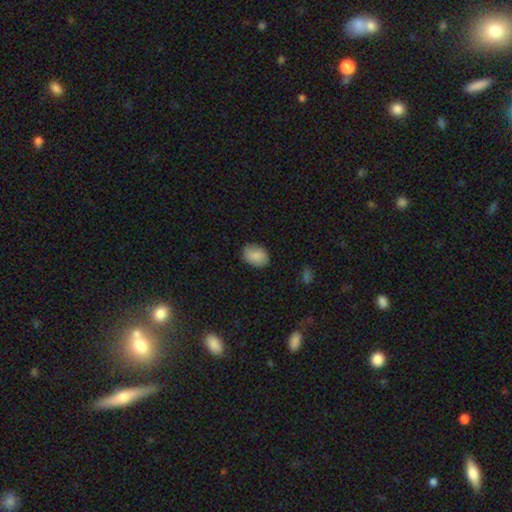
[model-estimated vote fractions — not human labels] Smooth or featured?
  - smooth: 87% *
  - star or artifact: 7%
  - featured or disk: 6%
How rounded?
  - in between: 77% *
  - round: 22%
  - cigar-shaped: 1%
Merging?
  - none: 84% *
  - minor disturbance: 12%
  - major disturbance: 2%
  - merger: 1%